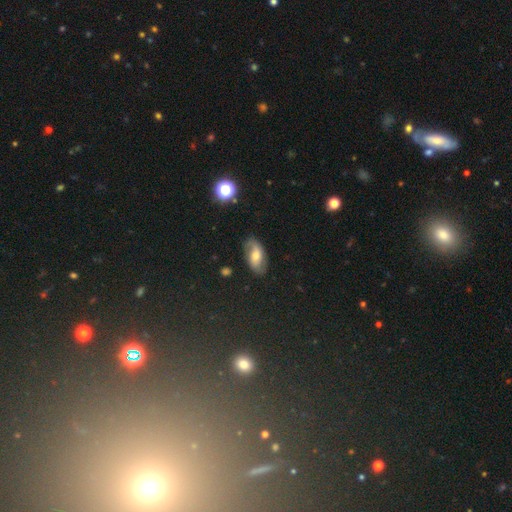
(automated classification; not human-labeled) Q: Smooth or featured?
A: featured or disk (51%); runner-up: smooth (40%)
Q: Edge-on disk?
A: no (91%); runner-up: yes (9%)
Q: Merging?
A: none (76%); runner-up: minor disturbance (17%)